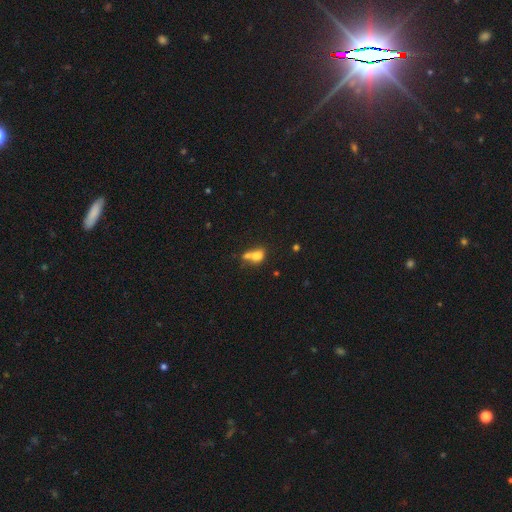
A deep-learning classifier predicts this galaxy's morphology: Smooth or featured?
  - smooth: 72% *
  - featured or disk: 16%
  - star or artifact: 12%
How rounded?
  - in between: 65% *
  - round: 30%
  - cigar-shaped: 5%
Merging?
  - merger: 55% *
  - none: 25%
  - minor disturbance: 11%
  - major disturbance: 8%